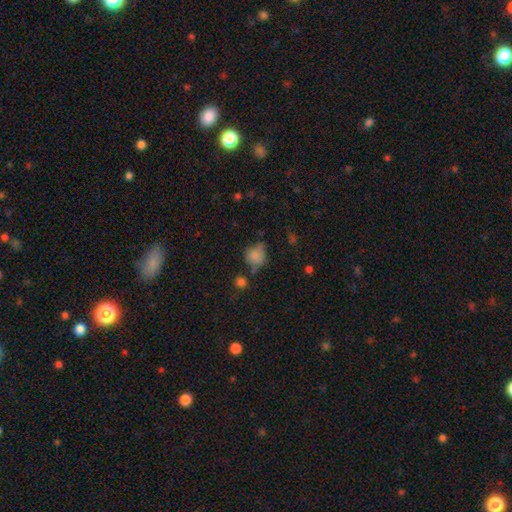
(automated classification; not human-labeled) Smooth or featured?
  - smooth: 78% *
  - star or artifact: 13%
  - featured or disk: 9%
How rounded?
  - round: 76% *
  - in between: 23%
  - cigar-shaped: 1%
Merging?
  - none: 50% *
  - minor disturbance: 26%
  - merger: 13%
  - major disturbance: 11%